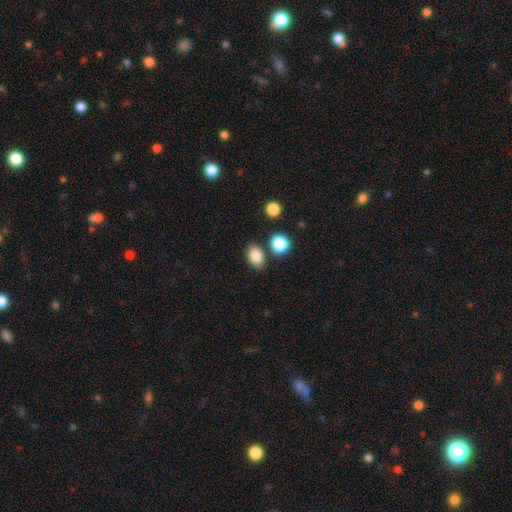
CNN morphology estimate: A smooth galaxy with no disk features (86%) that is in between round and cigar-shaped (78%). Merging: none (80%).